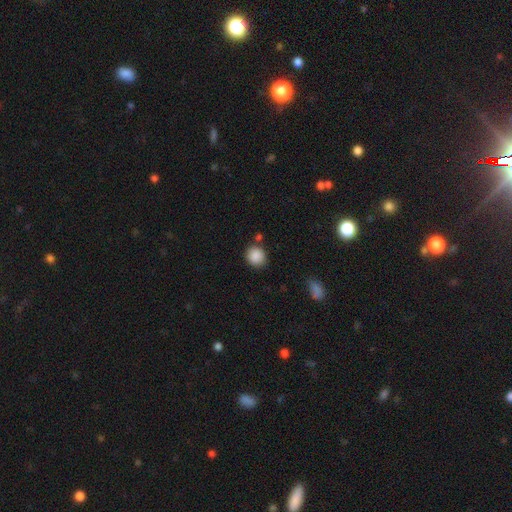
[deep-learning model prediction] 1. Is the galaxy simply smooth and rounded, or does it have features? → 88% smooth, 8% star or artifact, 4% featured or disk.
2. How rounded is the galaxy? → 84% round, 15% in between, 1% cigar-shaped.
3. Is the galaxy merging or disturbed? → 78% none, 12% minor disturbance, 6% merger, 3% major disturbance.